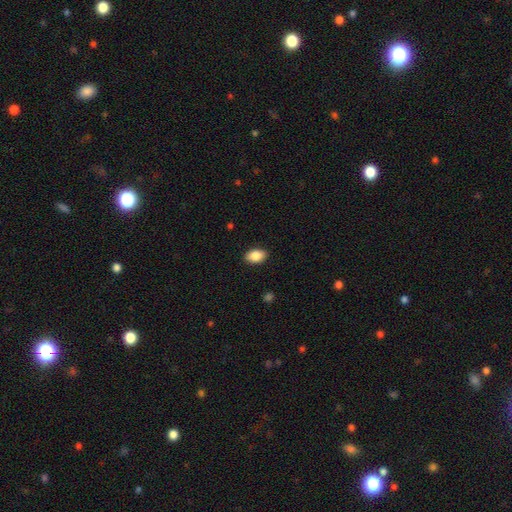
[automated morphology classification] smooth_or_featured: smooth (p=0.87) [alt: star or artifact p=0.07]
how_rounded: in between (p=0.88) [alt: round p=0.11]
merging: none (p=0.89) [alt: minor disturbance p=0.08]